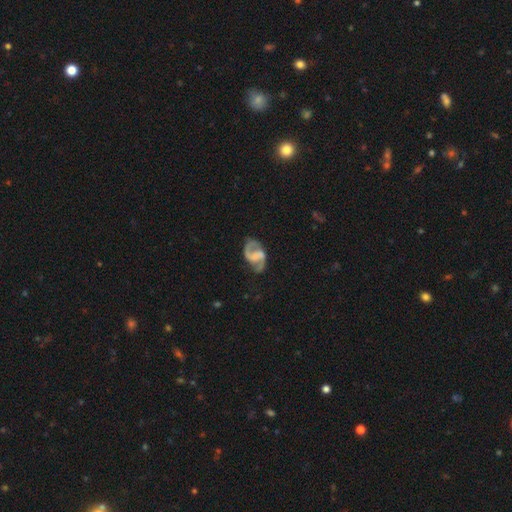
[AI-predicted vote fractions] smooth-or-featured: featured or disk: 85% | smooth: 9% | star or artifact: 5%
  disk-edge-on: no: 98% | yes: 2%
    bar: weak: 46% | strong: 27% | no: 27%
    has-spiral-arms: yes: 94% | no: 6%
      spiral-winding: medium: 51% | loose: 35% | tight: 13%
      spiral-arm-count: 2: 91% | can't tell: 3% | 1: 3% | 3: 1% | 4: 1% | more than 4: 1%
    bulge-size: none: 54% | small: 21% | moderate: 17% | large: 7% | dominant: 1%
  merging: none: 71% | minor disturbance: 18% | major disturbance: 9% | merger: 3%